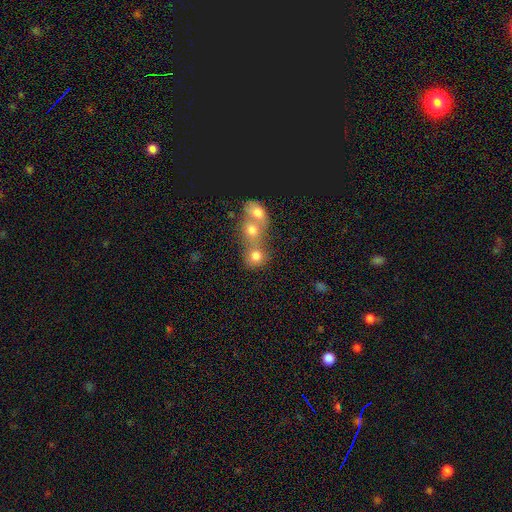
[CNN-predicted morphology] Q: Smooth or featured?
A: smooth (75%); runner-up: featured or disk (13%)
Q: How rounded?
A: round (77%); runner-up: in between (21%)
Q: Merging?
A: merger (59%); runner-up: none (31%)